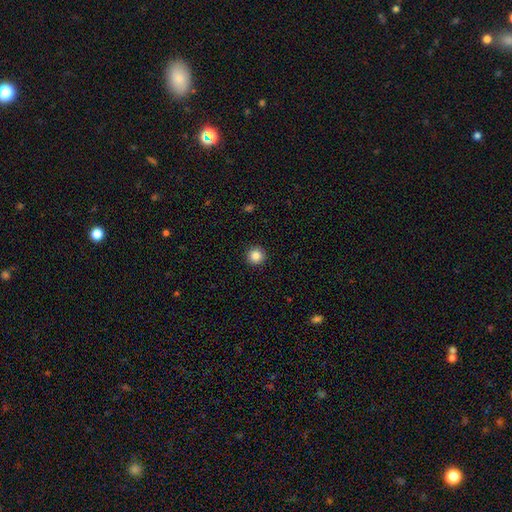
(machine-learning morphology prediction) A smooth galaxy with no disk features (86%) that is round (96%).

Vote fractions:
- Smooth or featured? smooth: 86% / star or artifact: 10% / featured or disk: 4%
- How rounded? round: 96% / in between: 3% / cigar-shaped: 1%
- Merging? none: 93% / minor disturbance: 4% / major disturbance: 2% / merger: 1%